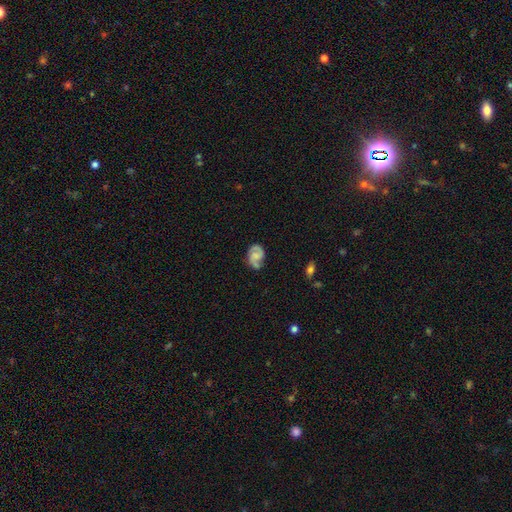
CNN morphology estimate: Smooth or featured: featured or disk — 73% (smooth — 20%)
Edge-on disk: no — 98% (yes — 2%)
Bar: no — 50% (weak — 41%)
Spiral arms: yes — 94% (no — 6%)
Spiral winding: medium — 50% (tight — 28%)
Spiral arm count: 2 — 87% (can't tell — 5%)
Bulge size: none — 38% (small — 31%)
Merging: none — 65% (minor disturbance — 23%)